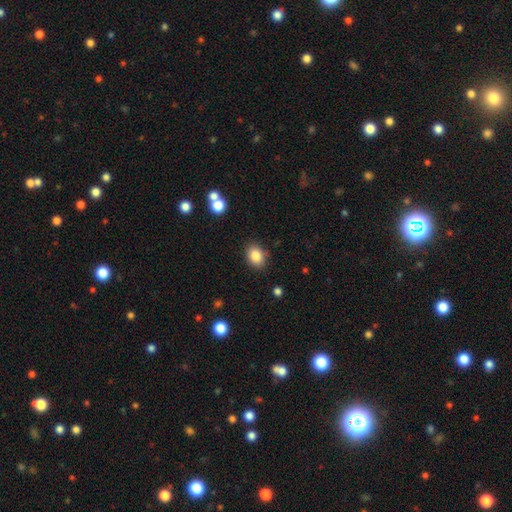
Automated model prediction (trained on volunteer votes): smooth_or_featured: smooth (p=0.86) [alt: star or artifact p=0.09]
how_rounded: in between (p=0.64) [alt: round p=0.35]
merging: none (p=0.86) [alt: minor disturbance p=0.10]